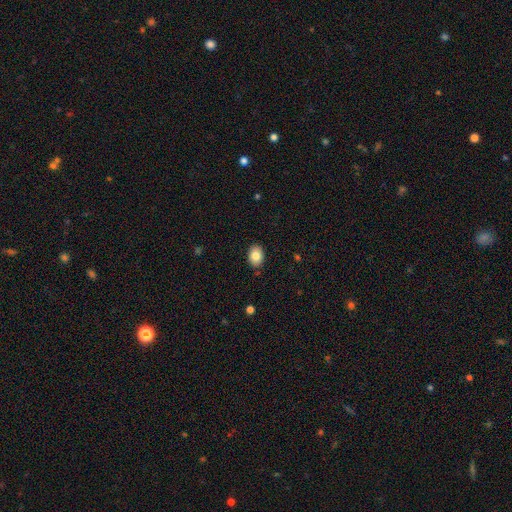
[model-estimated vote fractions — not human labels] A smooth galaxy with no disk features (84%) that is in between round and cigar-shaped (76%). Merging: none (88%).